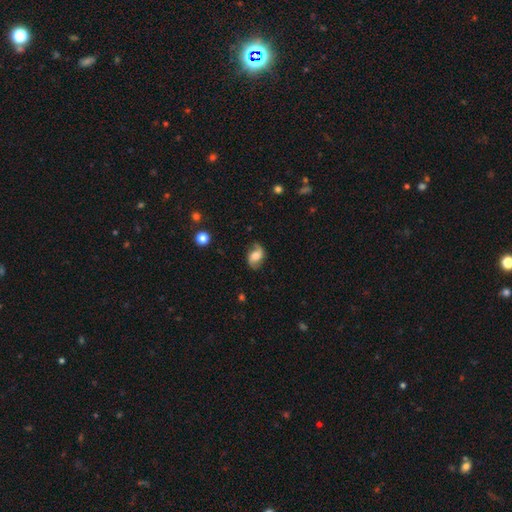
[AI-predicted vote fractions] Smooth or featured?
  - featured or disk: 59% *
  - smooth: 32%
  - star or artifact: 9%
Edge-on disk?
  - no: 97% *
  - yes: 3%
Bar?
  - no: 49% *
  - weak: 39%
  - strong: 12%
Spiral arms?
  - yes: 91% *
  - no: 9%
Spiral winding?
  - loose: 59% *
  - medium: 30%
  - tight: 11%
Spiral arm count?
  - 2: 89% *
  - can't tell: 4%
  - 1: 4%
  - 3: 1%
  - 4: 1%
  - more than 4: 1%
Bulge size?
  - moderate: 36% *
  - large: 29%
  - small: 18%
  - none: 13%
  - dominant: 5%
Merging?
  - none: 73% *
  - minor disturbance: 19%
  - major disturbance: 6%
  - merger: 2%